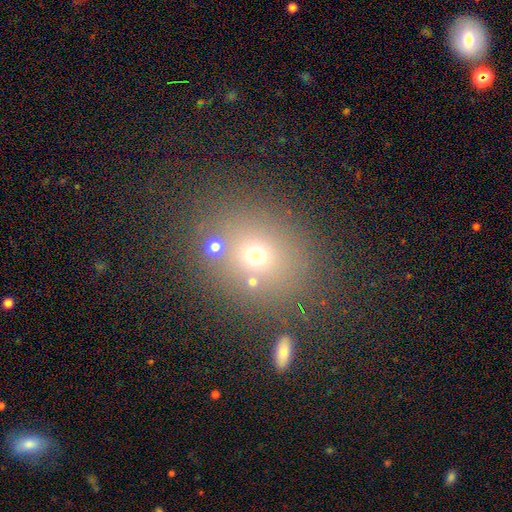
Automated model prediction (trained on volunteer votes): Smooth or featured: smooth — 65% (star or artifact — 21%)
How rounded: round — 59% (in between — 40%)
Merging: none — 73% (minor disturbance — 11%)